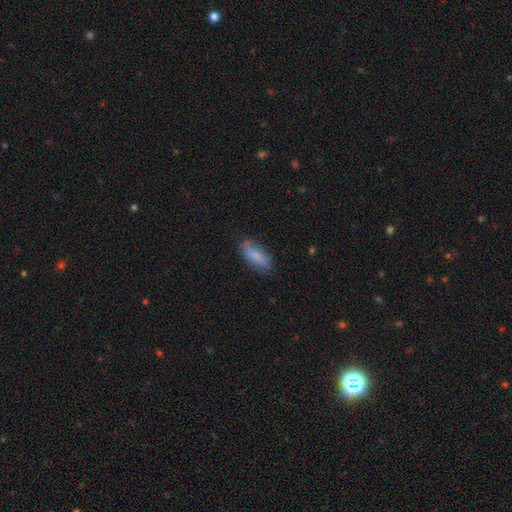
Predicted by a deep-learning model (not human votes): Smooth or featured?
  - smooth: 80% *
  - featured or disk: 13%
  - star or artifact: 7%
How rounded?
  - in between: 68% *
  - cigar-shaped: 30%
  - round: 2%
Merging?
  - none: 78% *
  - minor disturbance: 17%
  - major disturbance: 4%
  - merger: 1%